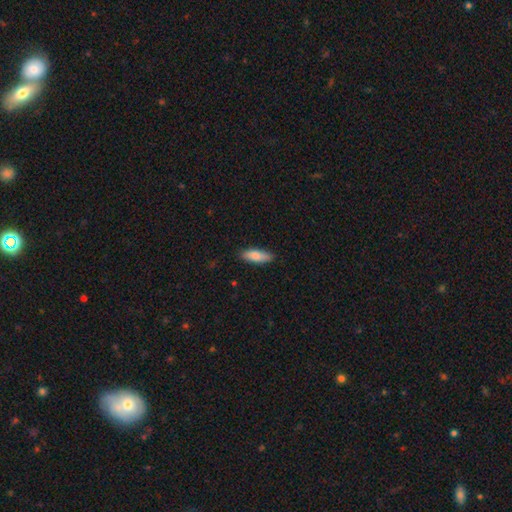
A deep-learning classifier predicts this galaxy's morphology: Smooth or featured? smooth (84%)
How rounded? in between (56%)
Merging? none (86%)